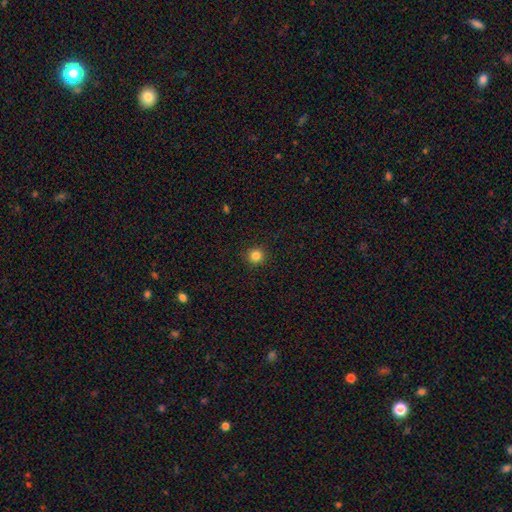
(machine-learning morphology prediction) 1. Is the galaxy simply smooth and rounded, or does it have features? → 83% smooth, 12% star or artifact, 4% featured or disk.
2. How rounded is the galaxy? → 95% round, 4% in between, 1% cigar-shaped.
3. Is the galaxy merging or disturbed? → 92% none, 5% minor disturbance, 2% major disturbance, 1% merger.